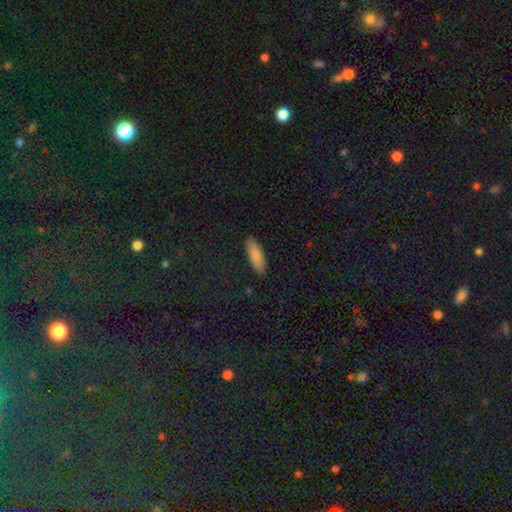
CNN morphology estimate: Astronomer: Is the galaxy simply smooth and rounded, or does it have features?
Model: smooth — 88%.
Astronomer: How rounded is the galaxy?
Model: in between — 54% (runner-up: cigar-shaped, 45%).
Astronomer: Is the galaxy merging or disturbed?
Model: none — 89%.